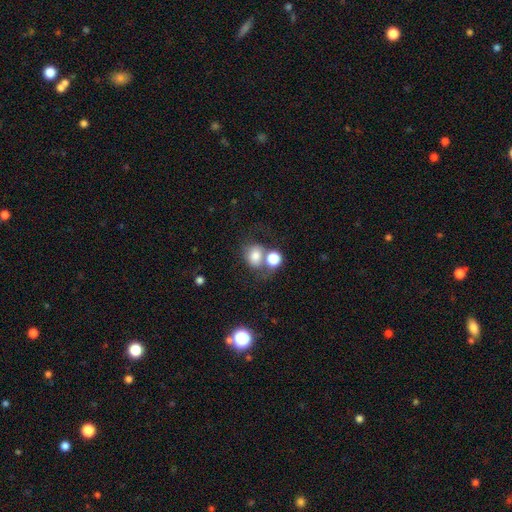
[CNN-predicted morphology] smooth 74%, featured or disk 15%, star or artifact 11%. Down the decision tree: how rounded — round (61%); merging — merger (41%).